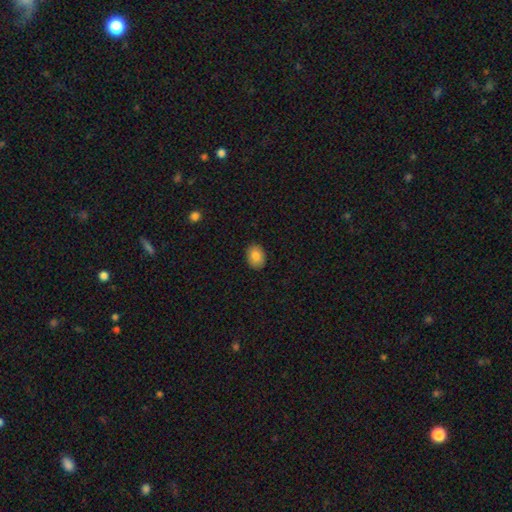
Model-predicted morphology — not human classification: A smooth galaxy with no disk features (85%) that is in between round and cigar-shaped (68%).

Vote fractions:
- Smooth or featured? smooth: 85% / star or artifact: 8% / featured or disk: 8%
- How rounded? in between: 68% / round: 31% / cigar-shaped: 1%
- Merging? none: 89% / minor disturbance: 8% / major disturbance: 2% / merger: 1%